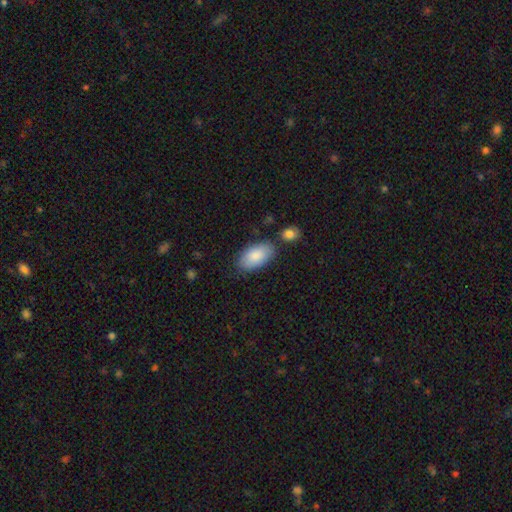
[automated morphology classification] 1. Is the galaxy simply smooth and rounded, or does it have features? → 85% smooth, 9% featured or disk, 5% star or artifact.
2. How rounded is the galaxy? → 95% in between, 3% round, 2% cigar-shaped.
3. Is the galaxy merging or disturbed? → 76% none, 15% minor disturbance, 6% merger, 3% major disturbance.